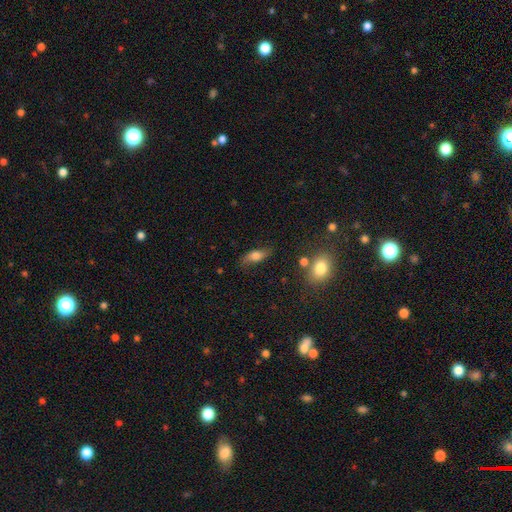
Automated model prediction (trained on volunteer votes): smooth_or_featured: smooth (p=0.58) [alt: featured or disk p=0.33]
how_rounded: in between (p=0.70) [alt: cigar-shaped p=0.23]
merging: none (p=0.68) [alt: minor disturbance p=0.21]